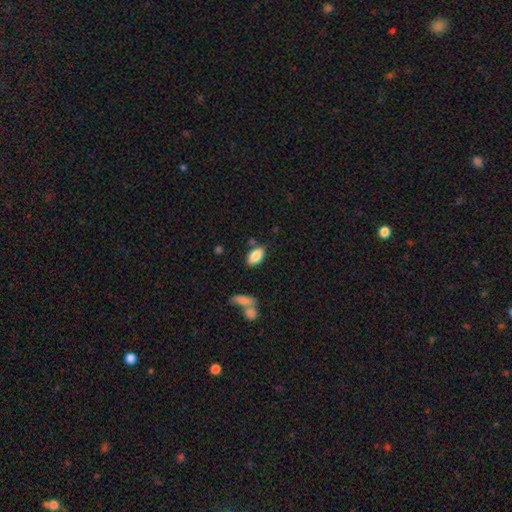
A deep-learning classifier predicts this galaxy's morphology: This appears to be a smooth galaxy with no disk features (86%) that is in between round and cigar-shaped (92%). Merging: none (75%).